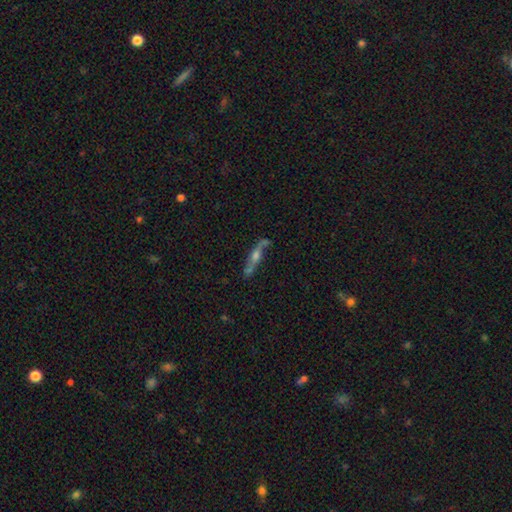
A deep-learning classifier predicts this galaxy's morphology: This is likely a featured or disk galaxy (68%). It is likely viewed edge-on (80%). Edge-on bulge: clearly rounded (86%). Merging: likely none (66%).